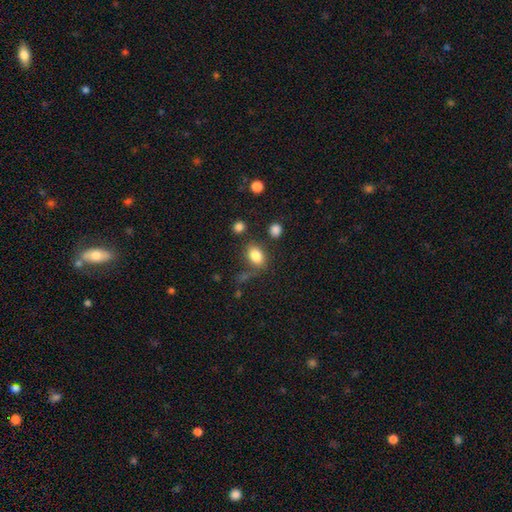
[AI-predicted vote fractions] smooth 83%, star or artifact 10%, featured or disk 7%. Down the decision tree: how rounded — in between (74%); merging — none (71%).